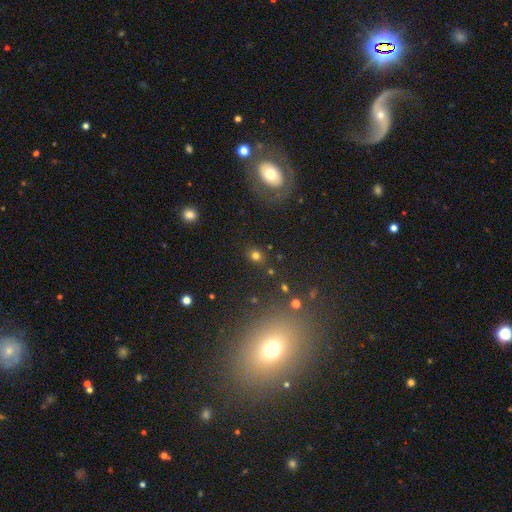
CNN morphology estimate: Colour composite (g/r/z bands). It shows a smooth galaxy with no disk features (74%) that is round (71%). Merging: none (85%).